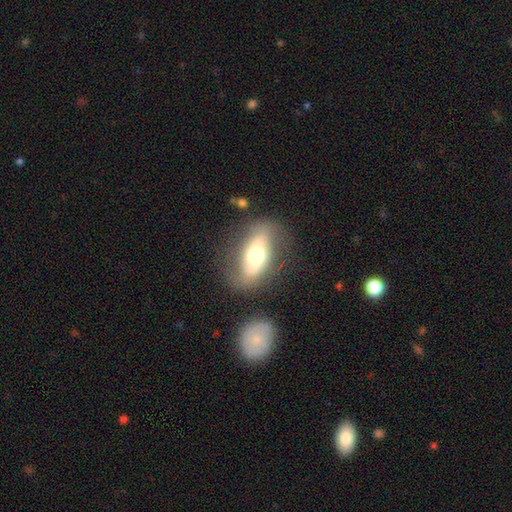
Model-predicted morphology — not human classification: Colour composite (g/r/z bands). It shows a featured or disk galaxy (54%). Merging: none (71%).